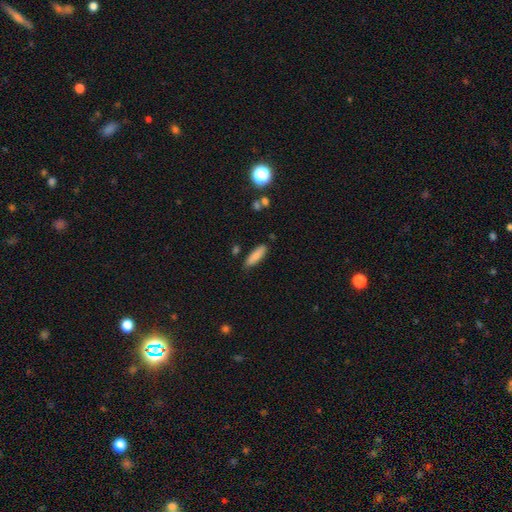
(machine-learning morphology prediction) smooth_or_featured: smooth (p=0.86) [alt: featured or disk p=0.07]
how_rounded: cigar-shaped (p=0.56) [alt: in between p=0.42]
merging: none (p=0.82) [alt: minor disturbance p=0.13]